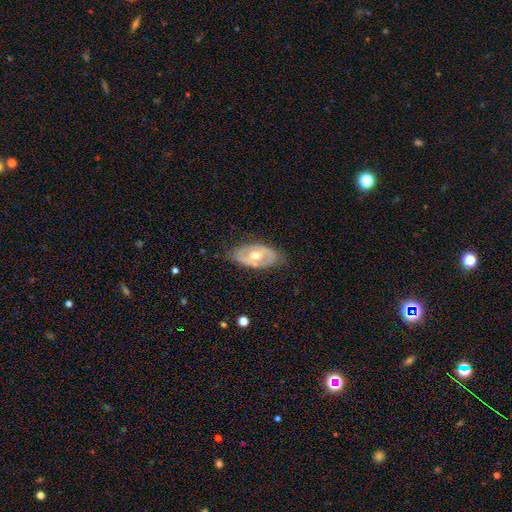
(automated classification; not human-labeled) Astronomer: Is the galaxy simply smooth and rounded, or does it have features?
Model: featured or disk — 67%.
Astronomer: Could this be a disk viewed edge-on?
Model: no — 90%.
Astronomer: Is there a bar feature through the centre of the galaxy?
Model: no — 63%.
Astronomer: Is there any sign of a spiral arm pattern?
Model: no — 56% (runner-up: yes, 44%).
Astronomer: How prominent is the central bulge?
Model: moderate — 74%.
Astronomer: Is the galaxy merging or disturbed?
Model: none — 77%.